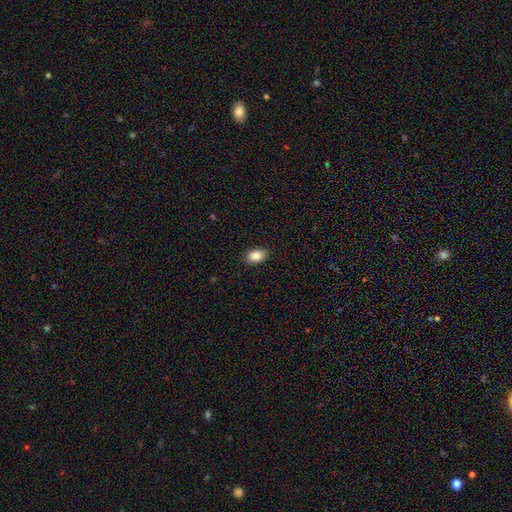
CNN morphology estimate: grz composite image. It shows a smooth galaxy with no disk features (88%) that is in between round and cigar-shaped (90%). Merging: none (88%).